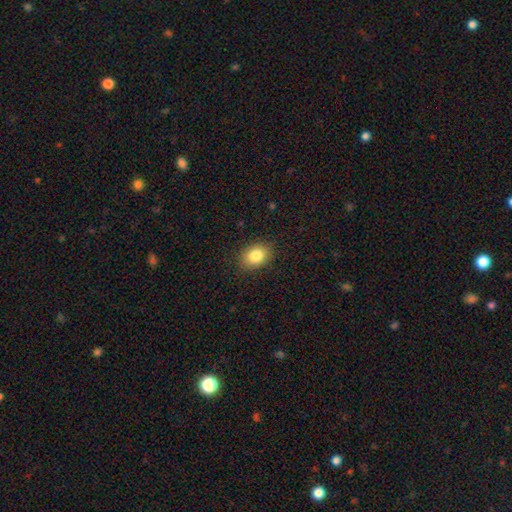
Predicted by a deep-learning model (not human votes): Morphology: type=smooth (84%); roundness=in between (72%); merging=none (88%).